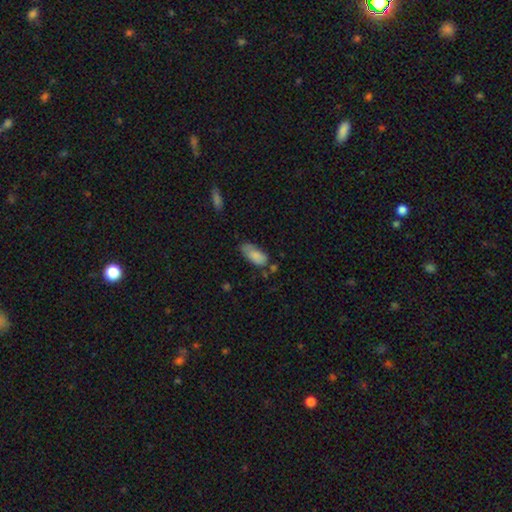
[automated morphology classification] type=smooth (82%); roundness=in between (88%); merging=none (51%).